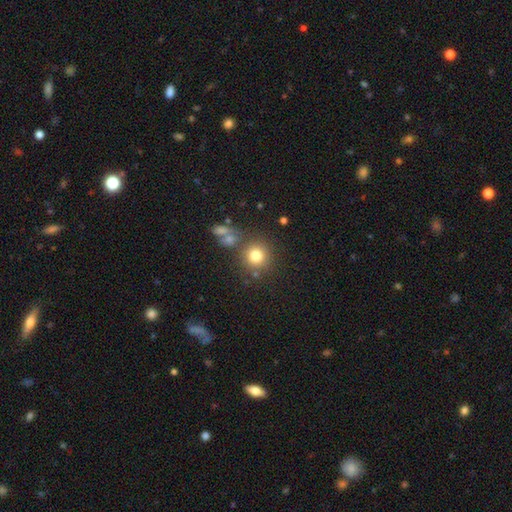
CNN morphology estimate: Overall: smooth (79%). How rounded: round (92%). Merging: none (77%).